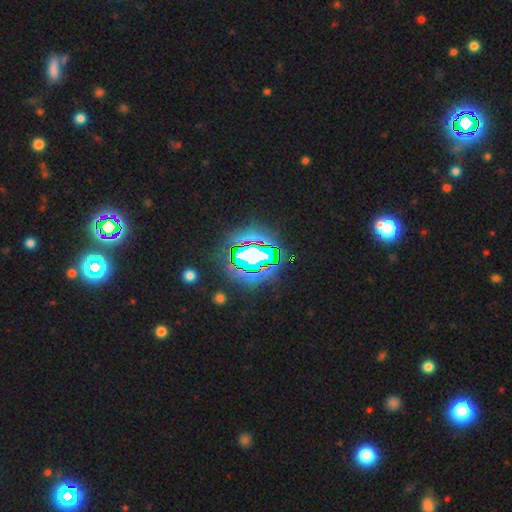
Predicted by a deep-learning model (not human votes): smooth_or_featured: star or artifact (p=0.76) [alt: featured or disk p=0.12]